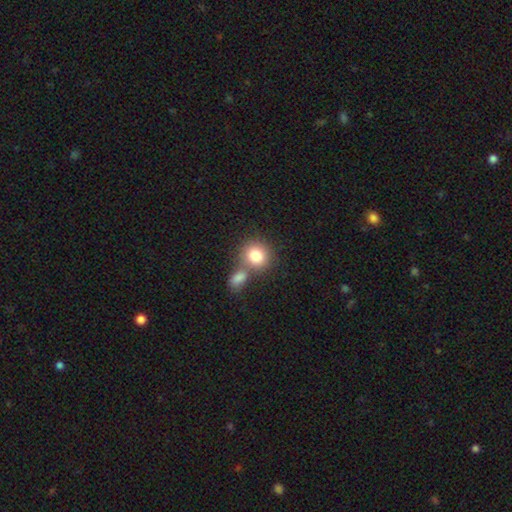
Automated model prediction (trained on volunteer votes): A smooth galaxy with no disk features (82%) that is round (81%). Merging: none (45%).